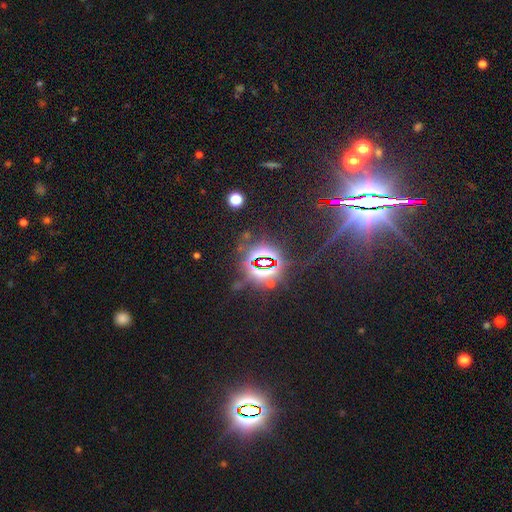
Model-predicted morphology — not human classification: Smooth or featured? star or artifact (84%)